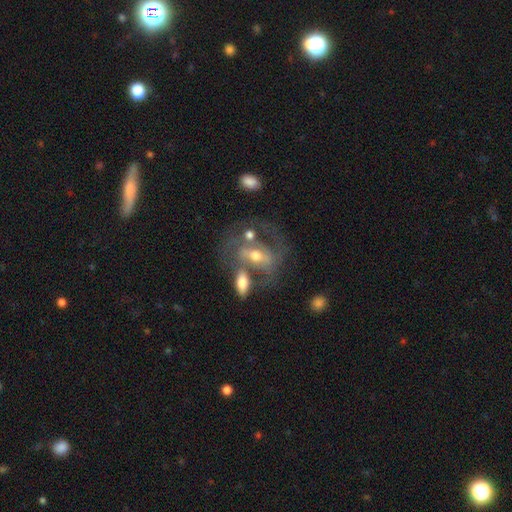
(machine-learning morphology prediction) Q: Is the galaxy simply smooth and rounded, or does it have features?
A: featured or disk — 71%.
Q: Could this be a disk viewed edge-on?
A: no — 90%.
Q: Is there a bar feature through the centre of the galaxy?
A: no — 40%.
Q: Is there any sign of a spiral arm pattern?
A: yes — 60%.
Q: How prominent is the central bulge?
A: moderate — 61%.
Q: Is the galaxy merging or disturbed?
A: none — 37%, tied with merger.